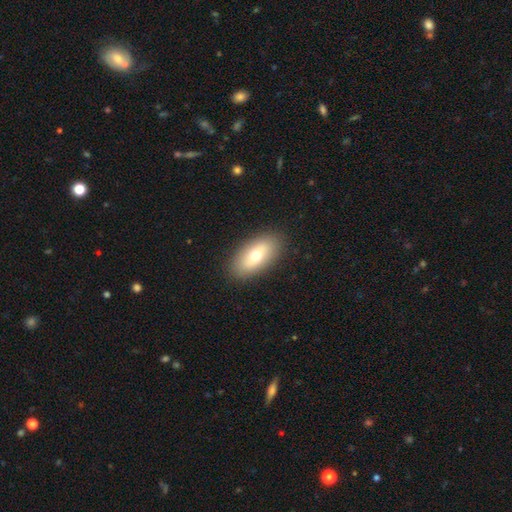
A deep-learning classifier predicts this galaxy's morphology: This appears to be a smooth galaxy with no disk features (67%) that is in between round and cigar-shaped (90%). Merging: none (89%).